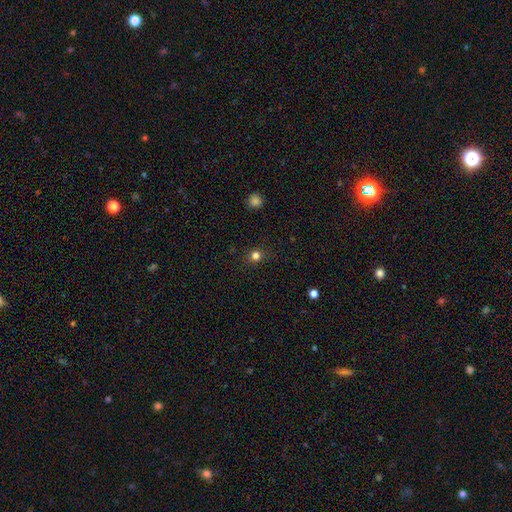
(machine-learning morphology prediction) Overall: smooth (79%). How rounded: round (88%). Merging: none (88%).